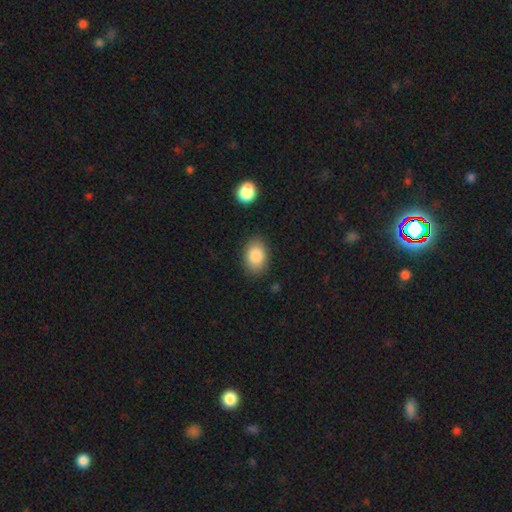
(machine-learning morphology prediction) Overall: smooth (86%). How rounded: in between (81%). Merging: none (84%).